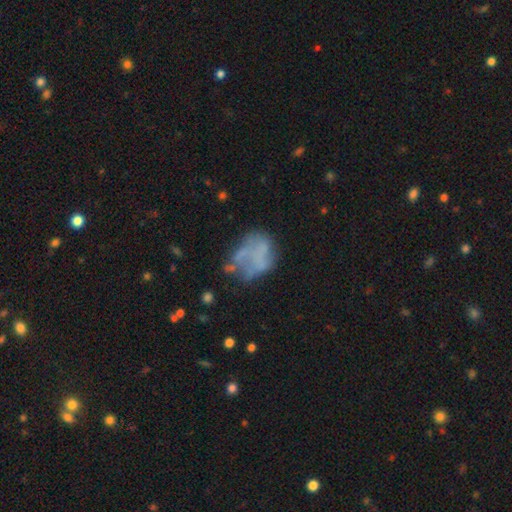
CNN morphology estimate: Smooth or featured? featured or disk (49%)
Merging? none (42%)